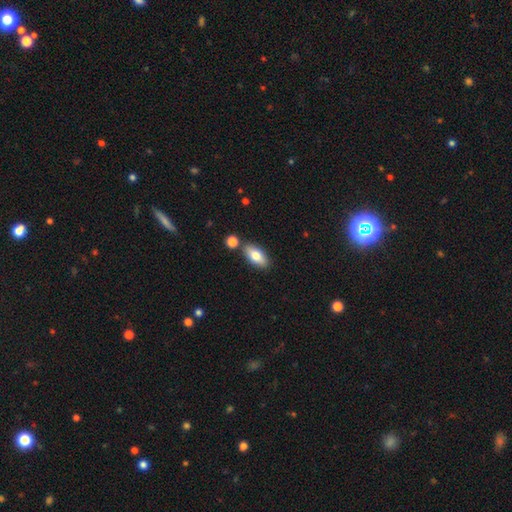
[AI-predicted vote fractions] Smooth or featured?
  - smooth: 75% *
  - featured or disk: 18%
  - star or artifact: 7%
How rounded?
  - in between: 86% *
  - cigar-shaped: 10%
  - round: 4%
Merging?
  - none: 79% *
  - minor disturbance: 10%
  - merger: 9%
  - major disturbance: 2%